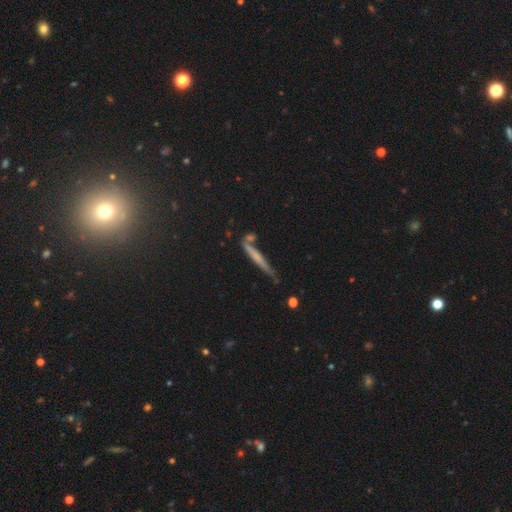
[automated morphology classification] Smooth or featured? Predicted: smooth (p=0.49). Merging? Predicted: none (p=0.66).